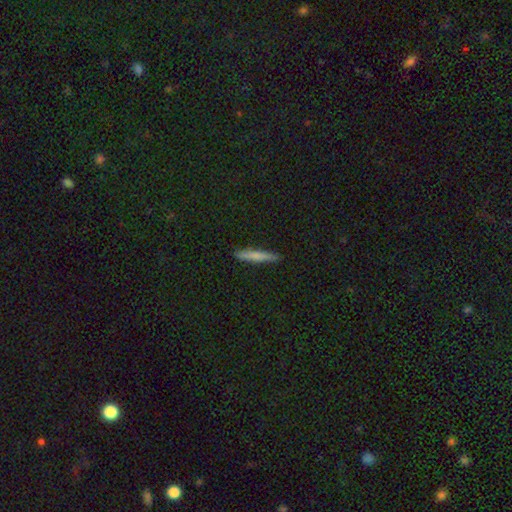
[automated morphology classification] smooth 71%, featured or disk 22%, star or artifact 6%. Down the decision tree: how rounded — cigar-shaped (94%); merging — none (89%).